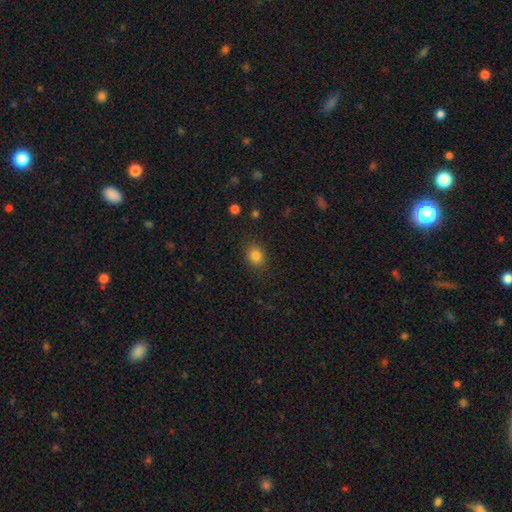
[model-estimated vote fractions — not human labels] Q: Smooth or featured?
A: smooth (83%); runner-up: star or artifact (11%)
Q: How rounded?
A: round (60%); runner-up: in between (39%)
Q: Merging?
A: none (86%); runner-up: minor disturbance (10%)